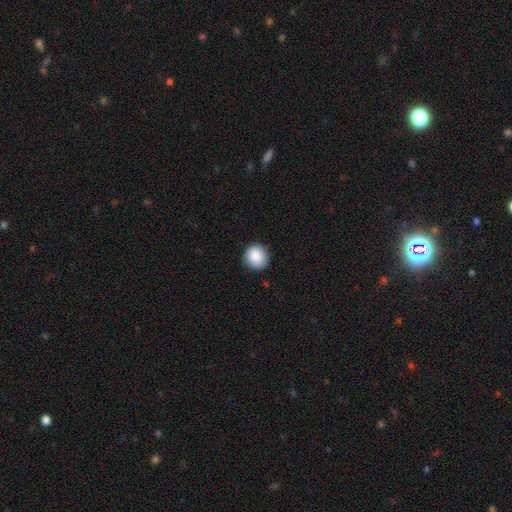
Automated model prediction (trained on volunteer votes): smooth 87%, star or artifact 8%, featured or disk 5%. Down the decision tree: how rounded — round (87%); merging — none (88%).